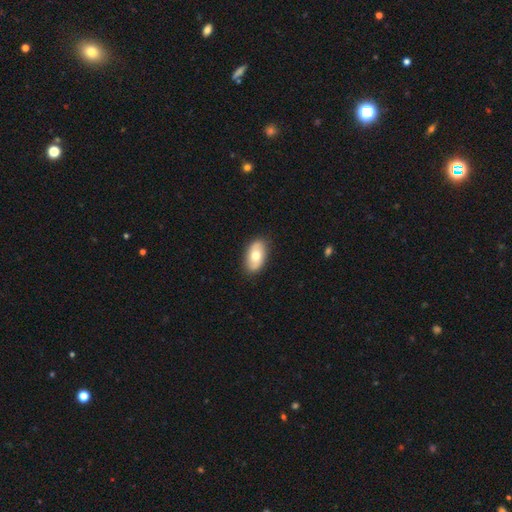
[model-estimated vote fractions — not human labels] This appears to be a smooth galaxy with no disk features (66%) that is in between round and cigar-shaped (92%). Merging: none (86%).